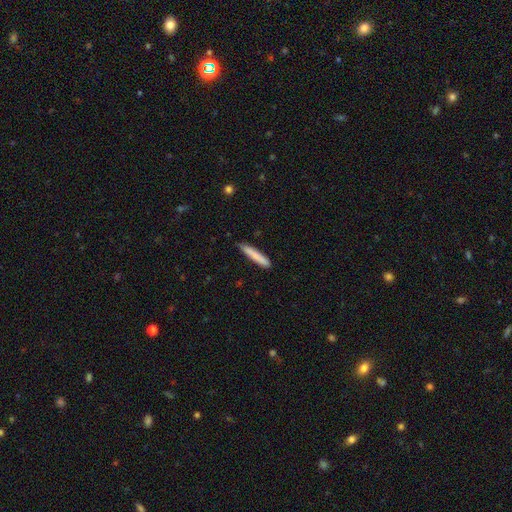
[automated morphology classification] Smooth or featured: smooth — 81% (featured or disk — 13%)
How rounded: cigar-shaped — 94% (in between — 5%)
Merging: none — 85% (minor disturbance — 12%)